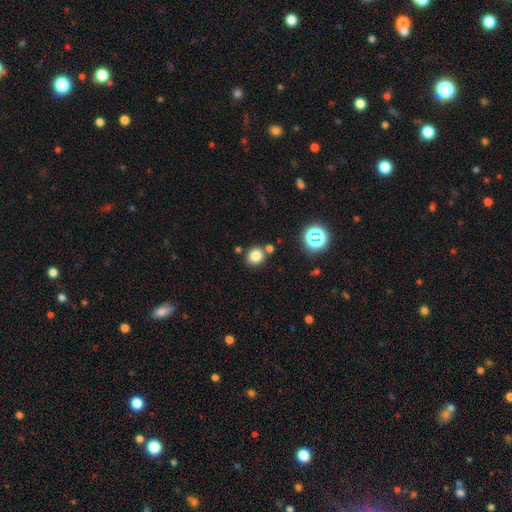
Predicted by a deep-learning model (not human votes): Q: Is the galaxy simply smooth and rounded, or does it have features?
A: smooth — 79%.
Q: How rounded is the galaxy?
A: round — 81%.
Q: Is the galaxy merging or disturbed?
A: none — 77%.